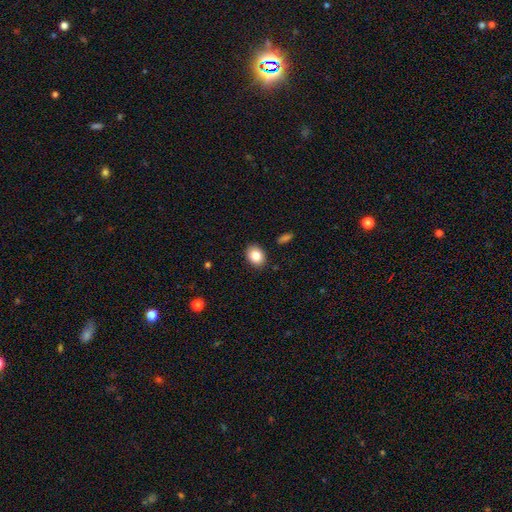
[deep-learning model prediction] Q: Smooth or featured?
A: smooth (85%); runner-up: star or artifact (9%)
Q: How rounded?
A: in between (58%); runner-up: round (41%)
Q: Merging?
A: none (89%); runner-up: minor disturbance (8%)